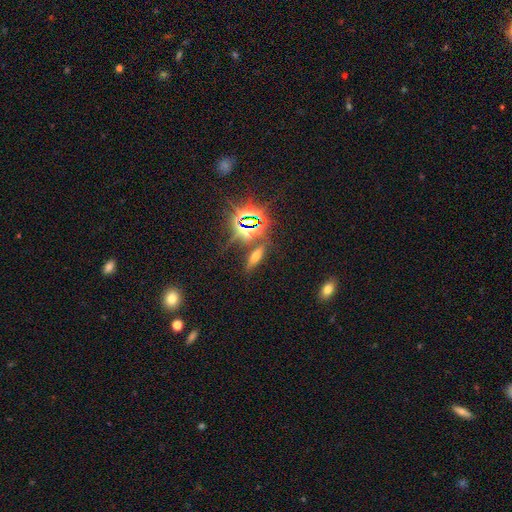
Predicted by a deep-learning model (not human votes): Morphology: type=smooth (41%); merging=none (78%).